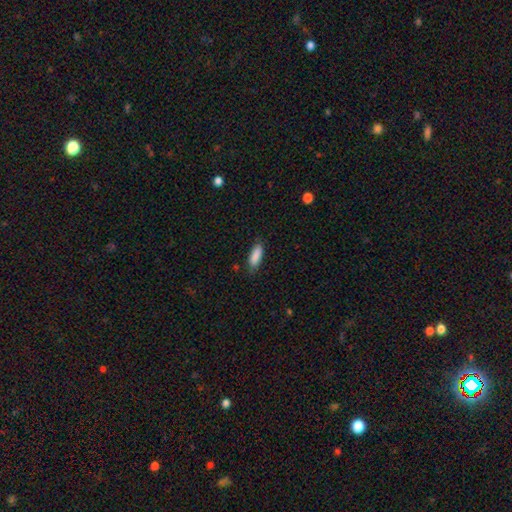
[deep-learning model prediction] Smooth or featured?
  - smooth: 89% *
  - star or artifact: 6%
  - featured or disk: 5%
How rounded?
  - in between: 65% *
  - cigar-shaped: 34%
  - round: 2%
Merging?
  - none: 80% *
  - minor disturbance: 16%
  - major disturbance: 3%
  - merger: 1%